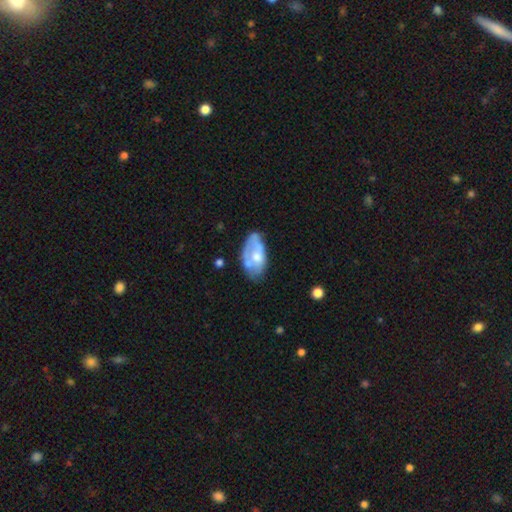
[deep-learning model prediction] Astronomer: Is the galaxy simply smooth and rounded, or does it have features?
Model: featured or disk — 48% (runner-up: smooth, 46%).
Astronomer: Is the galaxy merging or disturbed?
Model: none — 45% (runner-up: minor disturbance, 30%).